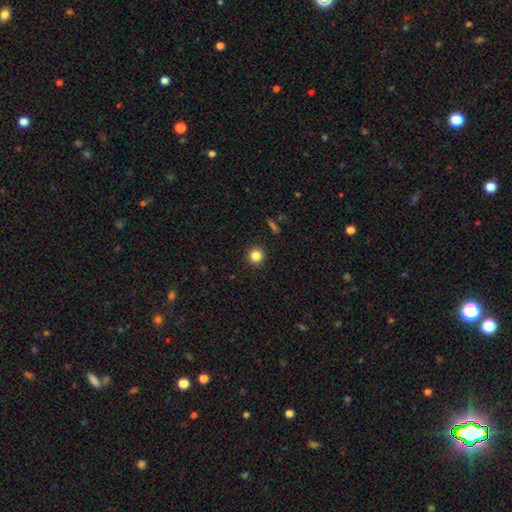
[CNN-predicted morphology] Smooth or featured? Predicted: smooth (p=0.83). How rounded? Predicted: round (p=0.94). Merging? Predicted: none (p=0.92).